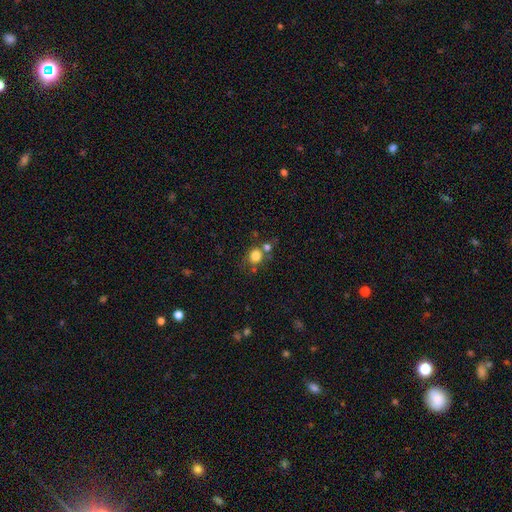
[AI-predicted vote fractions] Smooth or featured?
  - smooth: 80% *
  - star or artifact: 12%
  - featured or disk: 8%
How rounded?
  - round: 79% *
  - in between: 20%
  - cigar-shaped: 1%
Merging?
  - none: 57% *
  - merger: 26%
  - minor disturbance: 12%
  - major disturbance: 5%